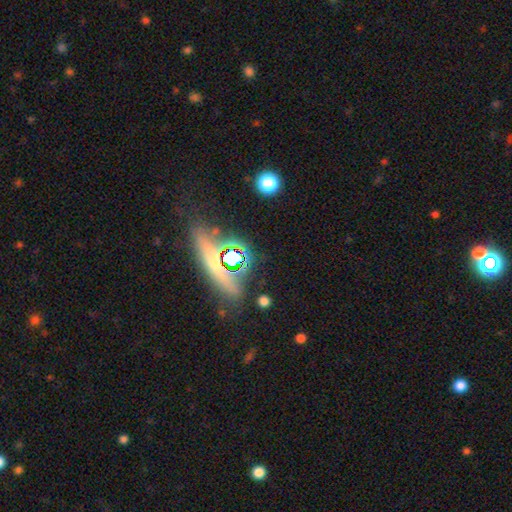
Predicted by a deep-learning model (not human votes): smooth-or-featured: featured or disk: 39% | star or artifact: 32% | smooth: 29%
  merging: none: 65% | minor disturbance: 15% | merger: 12% | major disturbance: 9%